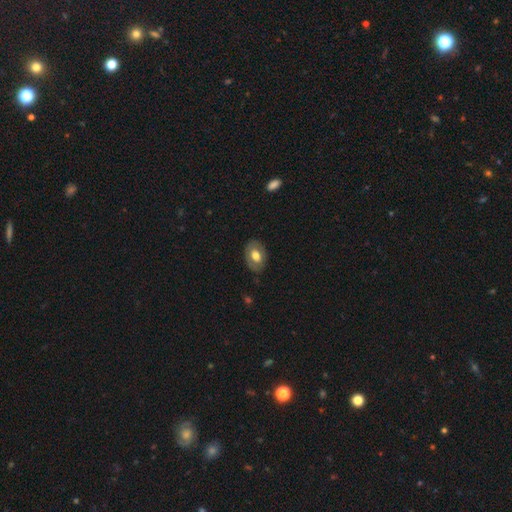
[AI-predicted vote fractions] This appears to be a smooth galaxy with no disk features (60%) that is in between round and cigar-shaped (81%). Merging: none (81%).